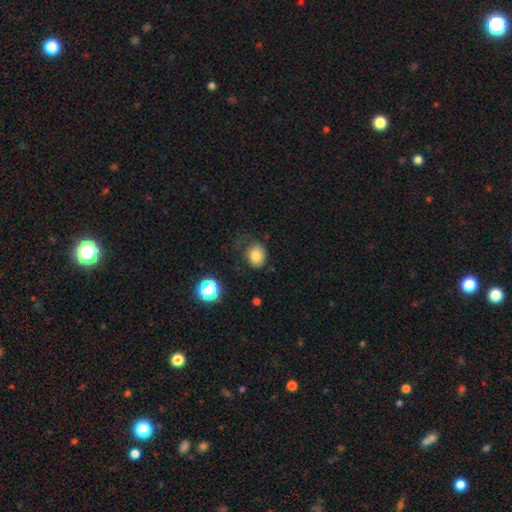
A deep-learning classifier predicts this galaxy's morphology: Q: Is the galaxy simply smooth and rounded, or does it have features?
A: smooth — 81%.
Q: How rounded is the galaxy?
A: round — 56%.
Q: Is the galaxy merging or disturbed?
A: none — 62%.